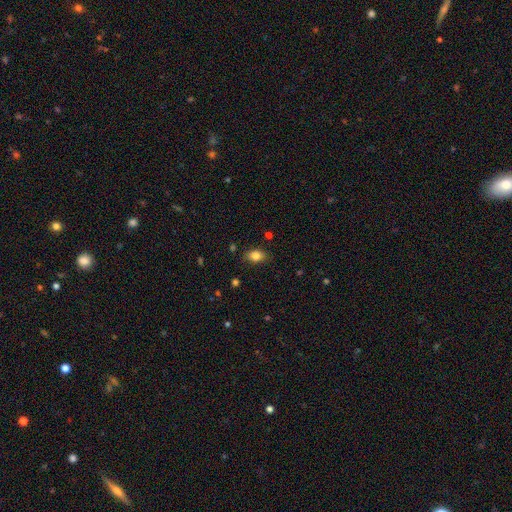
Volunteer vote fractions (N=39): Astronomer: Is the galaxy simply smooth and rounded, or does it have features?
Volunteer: smooth — 82%.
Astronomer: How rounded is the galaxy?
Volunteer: in between — 78%.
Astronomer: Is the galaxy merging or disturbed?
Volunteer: none — 86%.